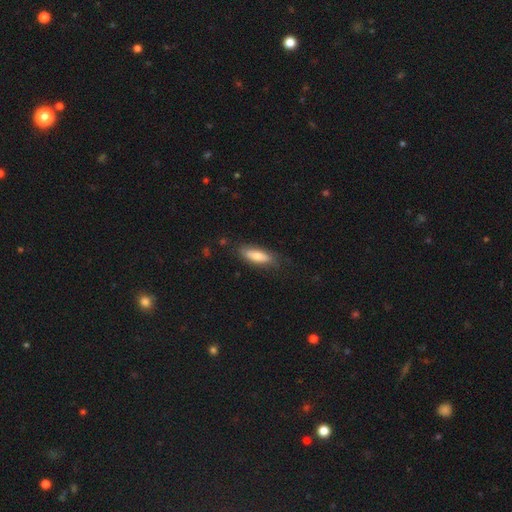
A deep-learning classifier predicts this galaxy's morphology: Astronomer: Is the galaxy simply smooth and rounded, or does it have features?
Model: smooth — 67%.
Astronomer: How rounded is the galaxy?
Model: in between — 65%.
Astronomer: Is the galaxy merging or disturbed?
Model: none — 71%.